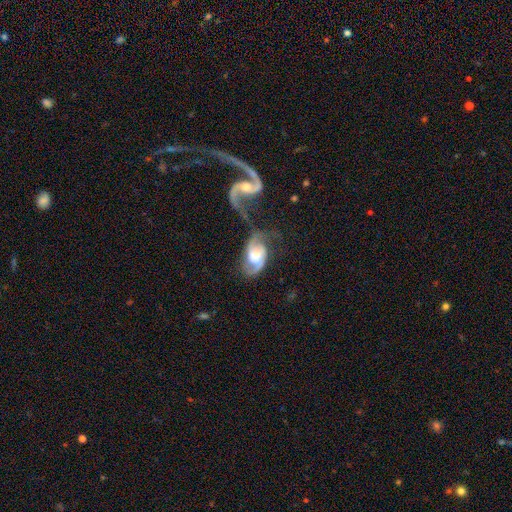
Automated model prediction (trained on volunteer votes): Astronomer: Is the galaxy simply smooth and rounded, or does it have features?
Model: featured or disk — 81%.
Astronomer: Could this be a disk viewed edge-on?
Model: no — 96%.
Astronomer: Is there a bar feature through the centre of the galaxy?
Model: no — 51% (runner-up: weak, 38%).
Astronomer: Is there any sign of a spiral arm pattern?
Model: yes — 94%.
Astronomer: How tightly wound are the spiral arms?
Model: medium — 48% (runner-up: loose, 30%).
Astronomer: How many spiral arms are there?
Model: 2 — 84%.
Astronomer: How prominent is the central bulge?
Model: moderate — 48%.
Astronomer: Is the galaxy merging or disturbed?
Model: none — 36% (runner-up: merger, 23%).